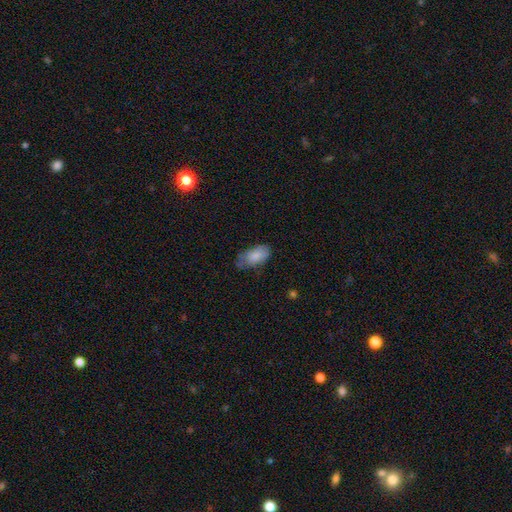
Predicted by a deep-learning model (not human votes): Smooth or featured?
  - smooth: 80% *
  - featured or disk: 13%
  - star or artifact: 7%
How rounded?
  - in between: 94% *
  - round: 3%
  - cigar-shaped: 3%
Merging?
  - none: 53% *
  - minor disturbance: 35%
  - major disturbance: 10%
  - merger: 2%